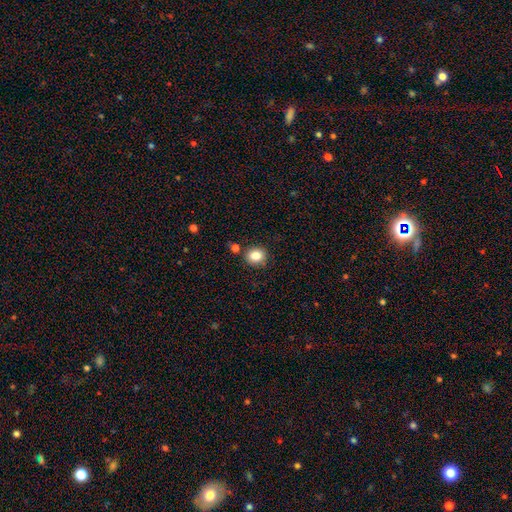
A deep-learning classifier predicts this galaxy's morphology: type=smooth (84%); roundness=round (70%); merging=none (82%).